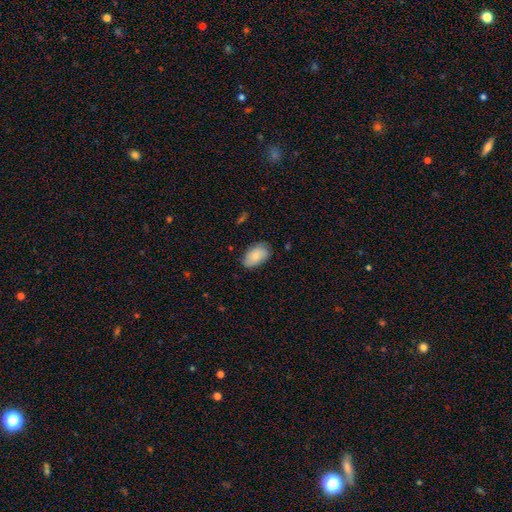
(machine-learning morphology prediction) Overall: smooth (84%). How rounded: in between (93%). Merging: none (77%).